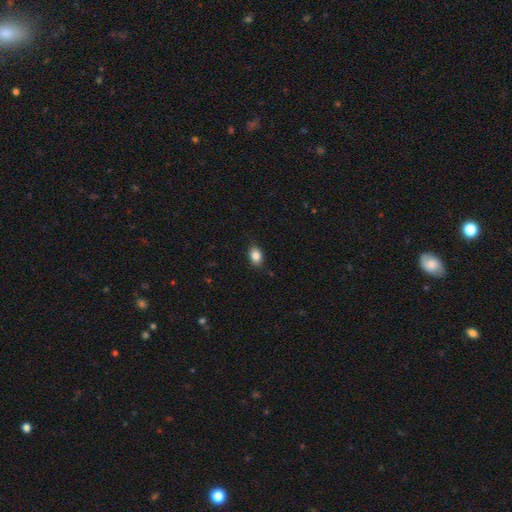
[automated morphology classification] A smooth galaxy with no disk features (85%) that is in between round and cigar-shaped (76%).

Vote fractions:
- Smooth or featured? smooth: 85% / star or artifact: 9% / featured or disk: 6%
- How rounded? in between: 76% / round: 23% / cigar-shaped: 1%
- Merging? none: 85% / minor disturbance: 12% / major disturbance: 2% / merger: 1%